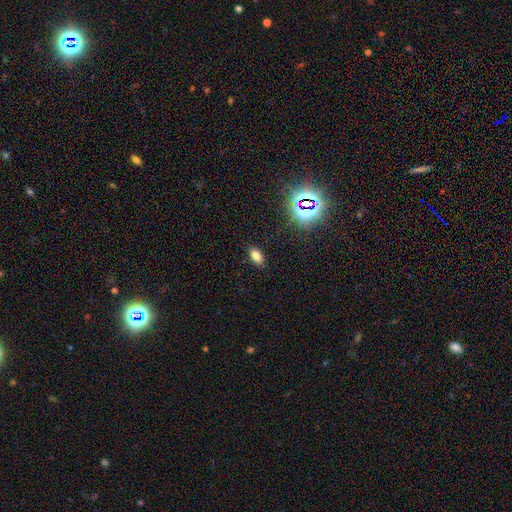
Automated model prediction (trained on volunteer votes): This appears to be a smooth galaxy with no disk features (75%) that is in between round and cigar-shaped (89%). Merging: none (88%).